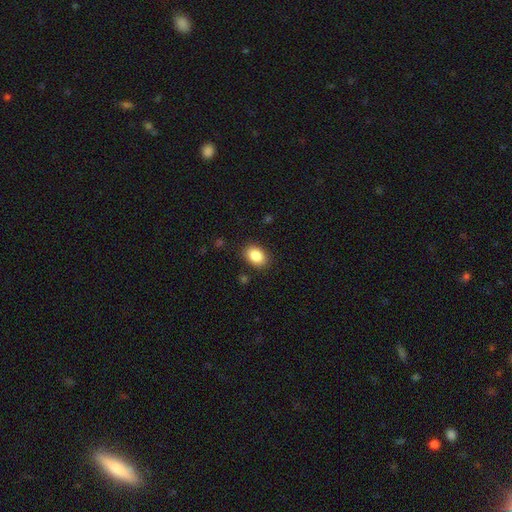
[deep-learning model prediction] Overall: smooth (86%). How rounded: in between (77%). Merging: none (87%).